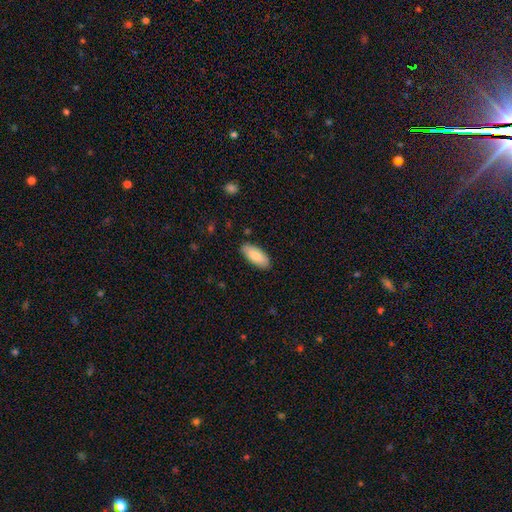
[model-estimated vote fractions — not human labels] Smooth or featured?
  - smooth: 84% *
  - featured or disk: 10%
  - star or artifact: 6%
How rounded?
  - in between: 88% *
  - cigar-shaped: 11%
  - round: 2%
Merging?
  - none: 85% *
  - minor disturbance: 11%
  - major disturbance: 2%
  - merger: 1%